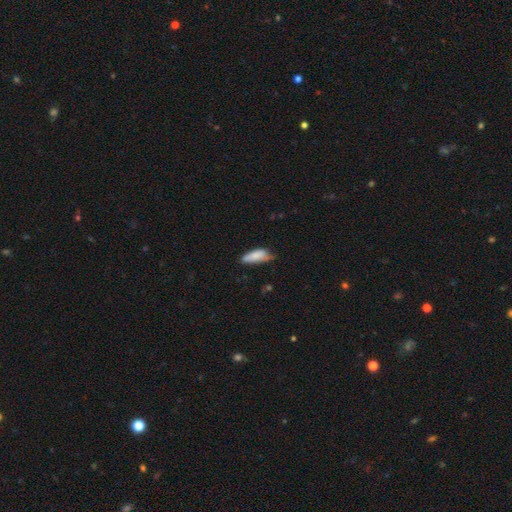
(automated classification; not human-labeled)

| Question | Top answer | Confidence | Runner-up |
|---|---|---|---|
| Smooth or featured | smooth | 81% | featured or disk (12%) |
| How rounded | in between | 68% | cigar-shaped (30%) |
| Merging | none | 44% | minor disturbance (41%) |